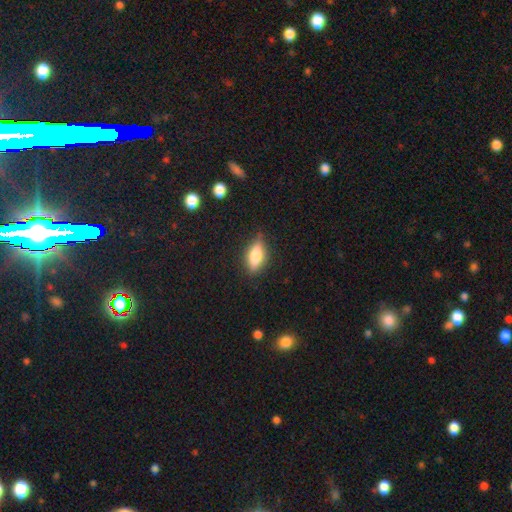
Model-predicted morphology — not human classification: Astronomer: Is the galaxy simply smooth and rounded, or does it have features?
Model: smooth — 64%.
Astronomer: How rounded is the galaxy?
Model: in between — 68%.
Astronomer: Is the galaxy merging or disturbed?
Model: none — 82%.